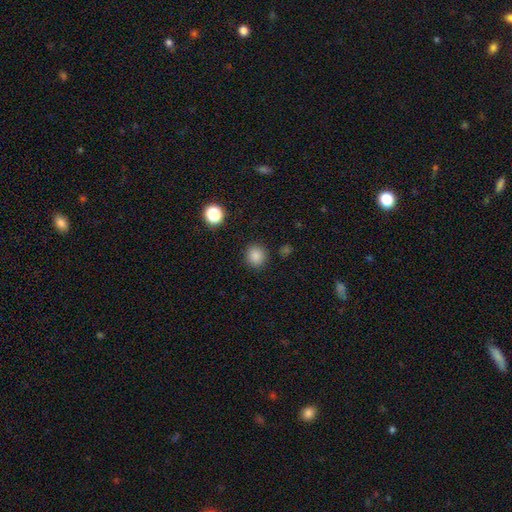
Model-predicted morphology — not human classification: This appears to be a smooth galaxy with no disk features (85%) that is round (87%). Merging: none (88%).